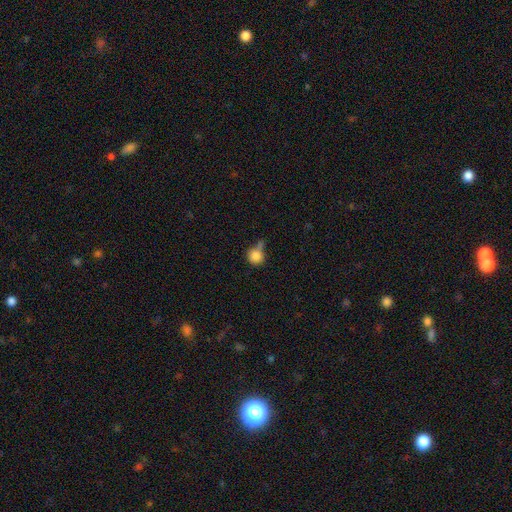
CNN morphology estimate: Overall: smooth (82%). How rounded: round (87%). Merging: none (44%; minor disturbance 23%).